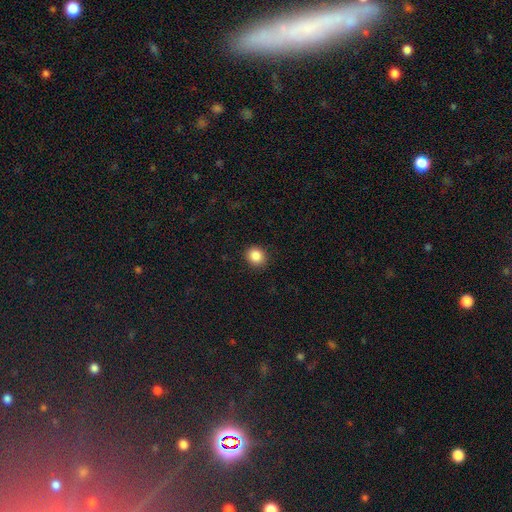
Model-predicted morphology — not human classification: smooth 87%, star or artifact 10%, featured or disk 4%. Down the decision tree: how rounded — round (78%); merging — none (90%).